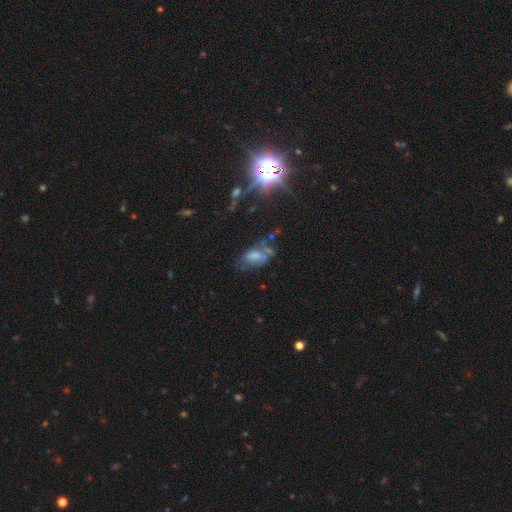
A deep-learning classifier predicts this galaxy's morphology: smooth_or_featured: smooth (p=0.51) [alt: featured or disk p=0.31]
how_rounded: in between (p=0.88) [alt: round p=0.07]
merging: none (p=0.36) [alt: minor disturbance p=0.28]